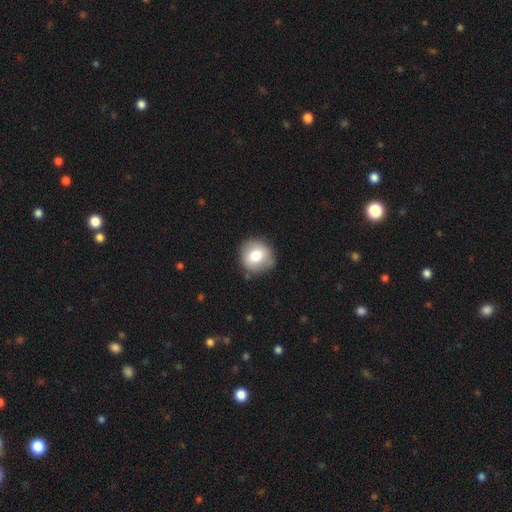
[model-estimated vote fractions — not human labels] A smooth galaxy with no disk features (77%) that is round (87%). Merging: none (80%).